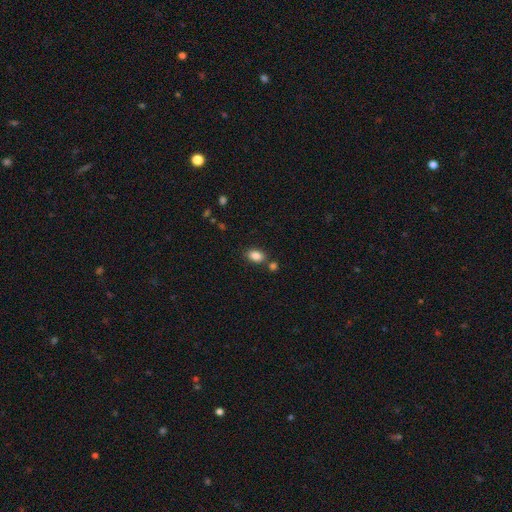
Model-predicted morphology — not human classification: Overall: smooth (86%). How rounded: in between (83%). Merging: none (74%).